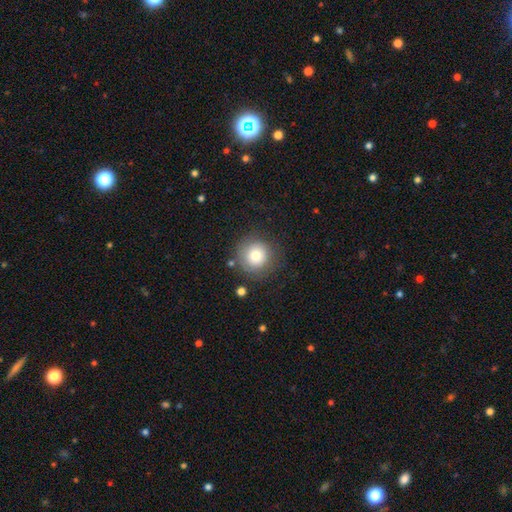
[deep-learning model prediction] Overall: smooth (75%). How rounded: round (94%). Merging: none (77%).